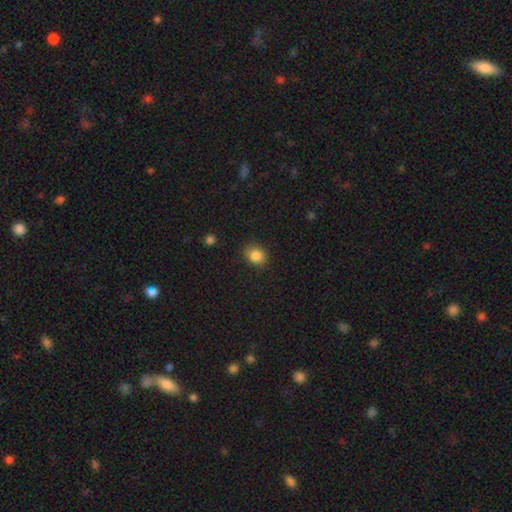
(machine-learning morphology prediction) Smooth or featured?
  - smooth: 85% *
  - star or artifact: 10%
  - featured or disk: 5%
How rounded?
  - round: 61% *
  - in between: 38%
  - cigar-shaped: 1%
Merging?
  - none: 86% *
  - minor disturbance: 11%
  - major disturbance: 3%
  - merger: 1%